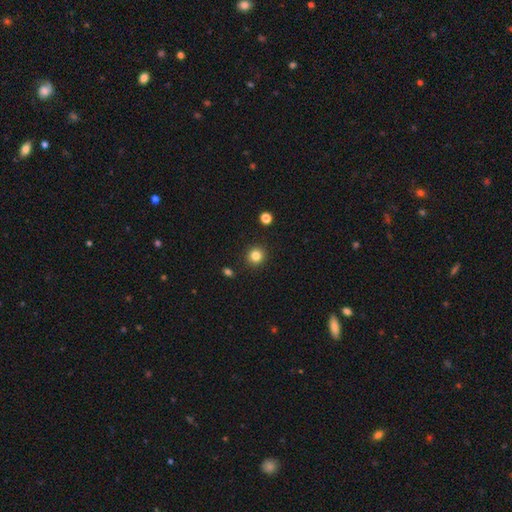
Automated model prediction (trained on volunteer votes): Overall: smooth (83%). How rounded: round (92%). Merging: none (91%).